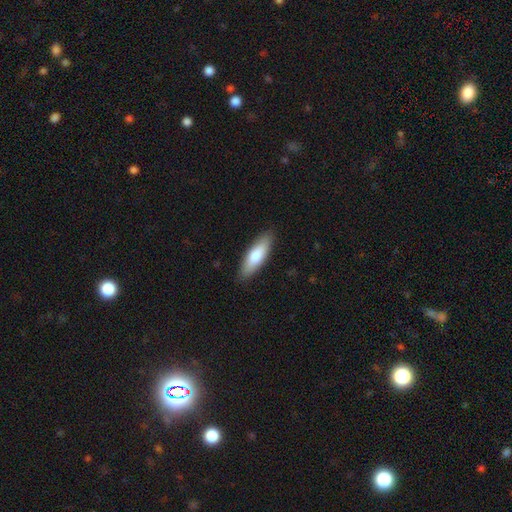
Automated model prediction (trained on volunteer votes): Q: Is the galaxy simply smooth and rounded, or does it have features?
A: smooth — 75%.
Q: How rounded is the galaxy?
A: in between — 51%.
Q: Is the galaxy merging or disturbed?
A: none — 88%.